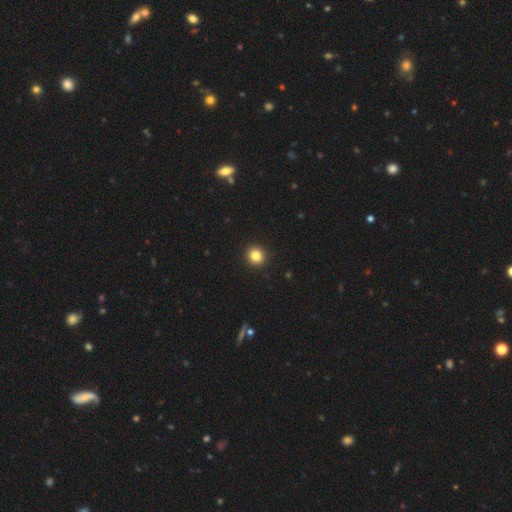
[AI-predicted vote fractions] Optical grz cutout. It shows a smooth galaxy with no disk features (84%) that is round (91%). Merging: none (94%).